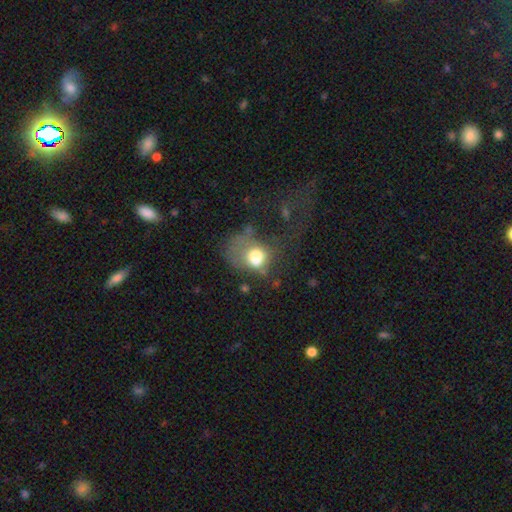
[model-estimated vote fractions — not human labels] The model was most divided on "how rounded": round: 50%, in between: 49%, cigar-shaped: 1%. Remaining: smooth or featured — smooth (64%); merging — major disturbance (50%).